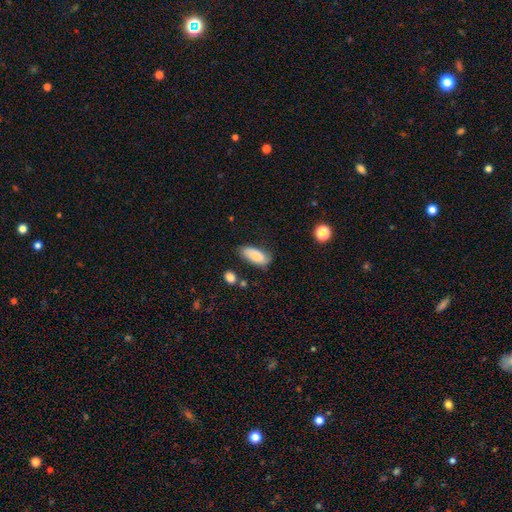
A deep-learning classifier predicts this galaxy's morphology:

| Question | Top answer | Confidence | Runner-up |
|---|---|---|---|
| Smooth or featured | smooth | 78% | featured or disk (15%) |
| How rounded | in between | 87% | cigar-shaped (10%) |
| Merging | none | 69% | minor disturbance (23%) |